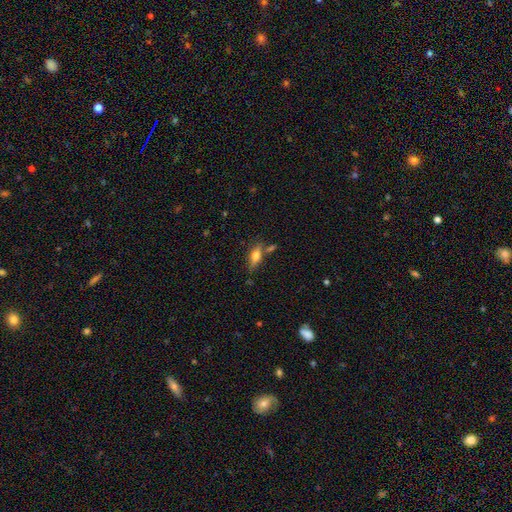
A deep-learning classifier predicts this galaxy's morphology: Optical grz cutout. It shows a smooth galaxy with no disk features (59%) that is in between round and cigar-shaped (65%). Merging: none (68%).